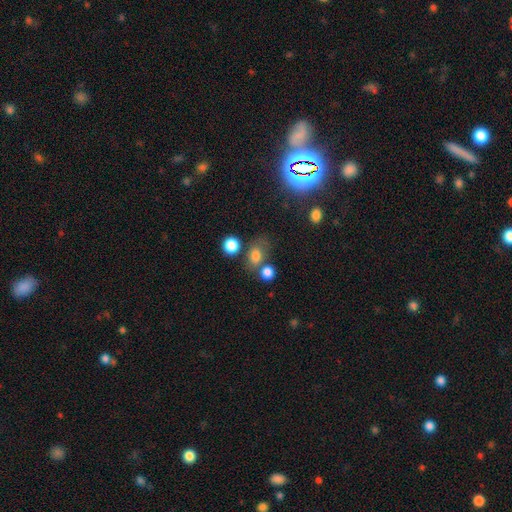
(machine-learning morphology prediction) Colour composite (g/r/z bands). It shows a smooth galaxy with no disk features (77%) that is in between round and cigar-shaped (54%). Merging: none (55%).